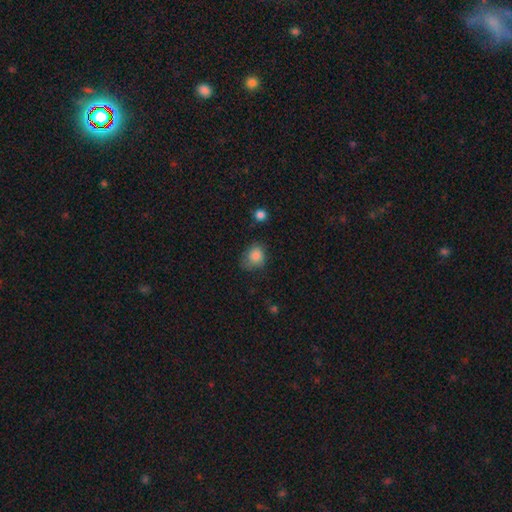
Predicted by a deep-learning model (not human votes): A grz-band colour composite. It shows a smooth galaxy with no disk features (84%) that is round (62%). Merging: none (60%).